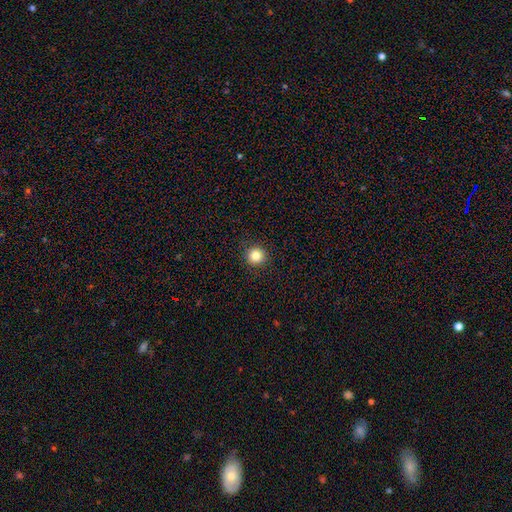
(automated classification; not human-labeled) This is clearly a smooth galaxy (83%). How rounded: clearly round (95%). Merging: clearly none (92%).